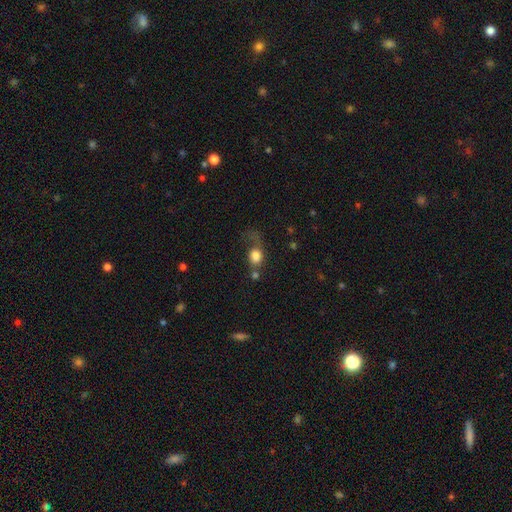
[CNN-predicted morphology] The model was most divided on "merging": major disturbance: 34%, none: 28%, merger: 21%, minor disturbance: 17%. More confident: smooth or featured — smooth (76%); how rounded — round (55%).